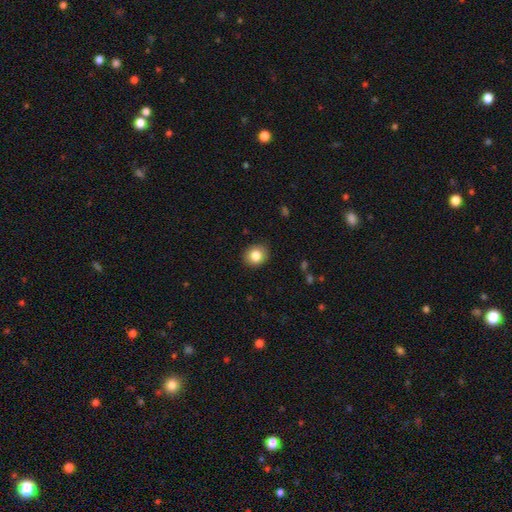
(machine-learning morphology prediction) Smooth or featured: smooth — 83% (star or artifact — 9%)
How rounded: round — 66% (in between — 33%)
Merging: none — 88% (minor disturbance — 9%)